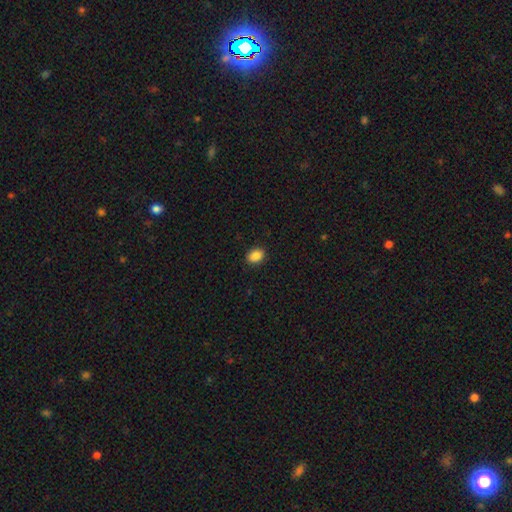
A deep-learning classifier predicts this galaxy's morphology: Smooth or featured?
  - smooth: 89% *
  - star or artifact: 9%
  - featured or disk: 3%
How rounded?
  - in between: 72% *
  - round: 27%
  - cigar-shaped: 1%
Merging?
  - none: 90% *
  - minor disturbance: 7%
  - major disturbance: 2%
  - merger: 1%